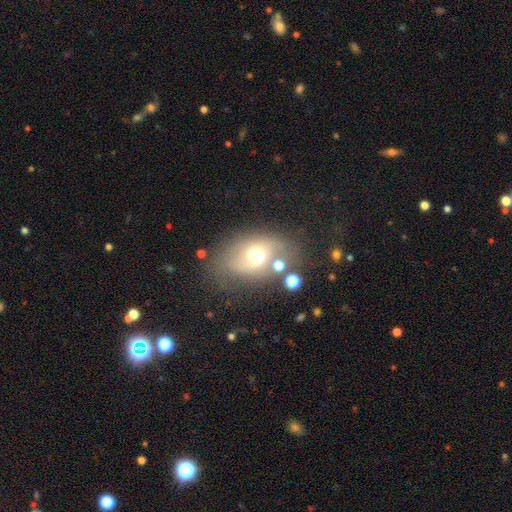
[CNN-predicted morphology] Smooth or featured?
  - smooth: 50% *
  - featured or disk: 36%
  - star or artifact: 15%
Merging?
  - none: 58% *
  - minor disturbance: 20%
  - major disturbance: 12%
  - merger: 10%